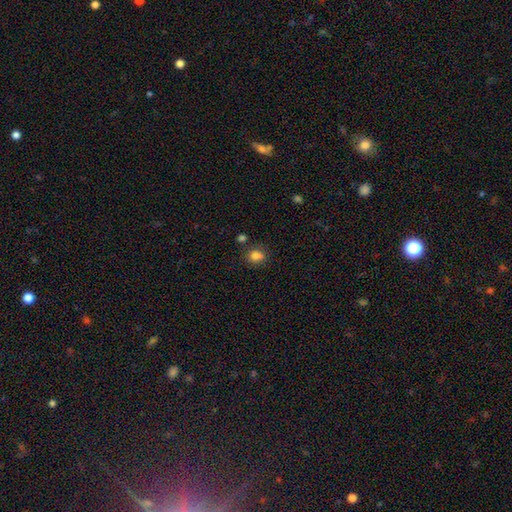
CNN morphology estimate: Q: Smooth or featured?
A: smooth (81%); runner-up: star or artifact (13%)
Q: How rounded?
A: round (64%); runner-up: in between (34%)
Q: Merging?
A: none (70%); runner-up: minor disturbance (15%)